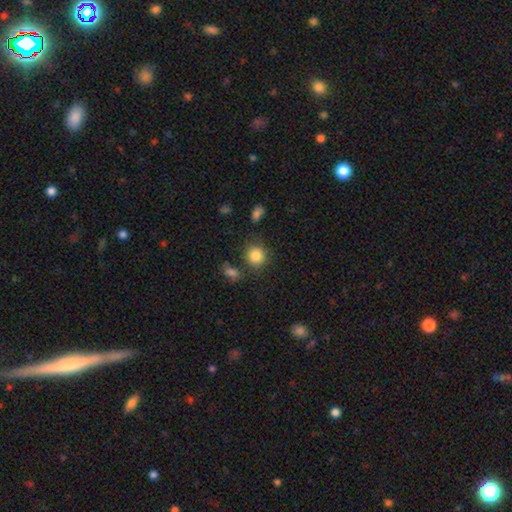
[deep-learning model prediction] Smooth or featured?
  - smooth: 85% *
  - star or artifact: 10%
  - featured or disk: 5%
How rounded?
  - round: 84% *
  - in between: 15%
  - cigar-shaped: 1%
Merging?
  - none: 76% *
  - minor disturbance: 12%
  - merger: 7%
  - major disturbance: 4%